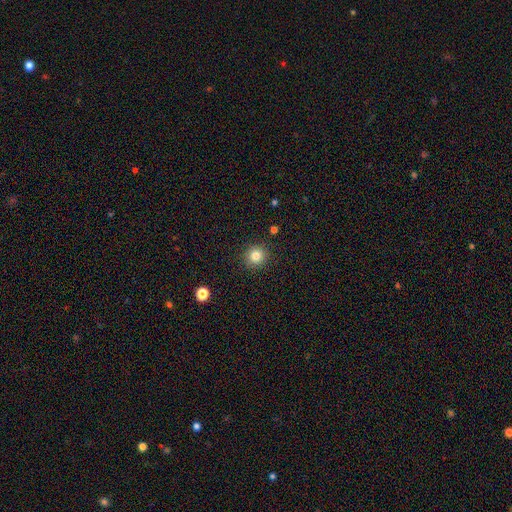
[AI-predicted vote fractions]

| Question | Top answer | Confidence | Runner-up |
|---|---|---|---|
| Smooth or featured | smooth | 81% | star or artifact (12%) |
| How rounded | round | 93% | in between (6%) |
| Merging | none | 91% | minor disturbance (6%) |